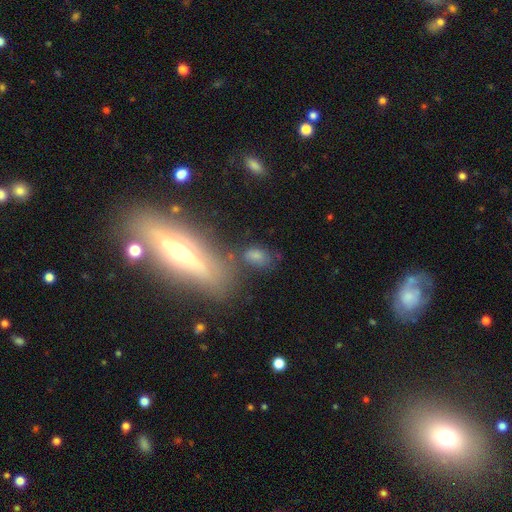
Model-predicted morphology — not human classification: smooth-or-featured: smooth: 68% | star or artifact: 16% | featured or disk: 15%
  how-rounded: in between: 83% | round: 13% | cigar-shaped: 3%
  merging: none: 58% | minor disturbance: 19% | merger: 13% | major disturbance: 10%